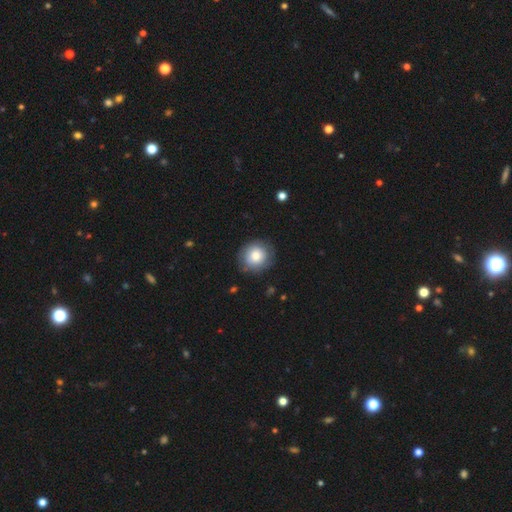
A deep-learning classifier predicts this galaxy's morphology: A smooth galaxy with no disk features (77%) that is round (88%).

Vote fractions:
- Smooth or featured? smooth: 77% / featured or disk: 15% / star or artifact: 8%
- How rounded? round: 88% / in between: 11% / cigar-shaped: 1%
- Merging? none: 83% / minor disturbance: 13% / major disturbance: 4% / merger: 1%